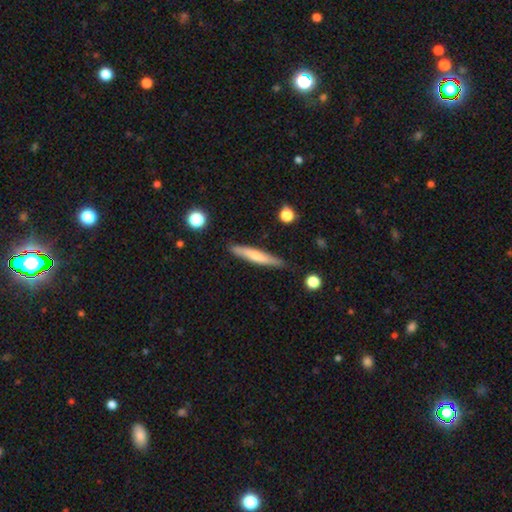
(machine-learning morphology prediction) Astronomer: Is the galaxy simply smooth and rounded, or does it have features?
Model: smooth — 61%.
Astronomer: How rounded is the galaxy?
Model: cigar-shaped — 92%.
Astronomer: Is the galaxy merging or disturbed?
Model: none — 84%.